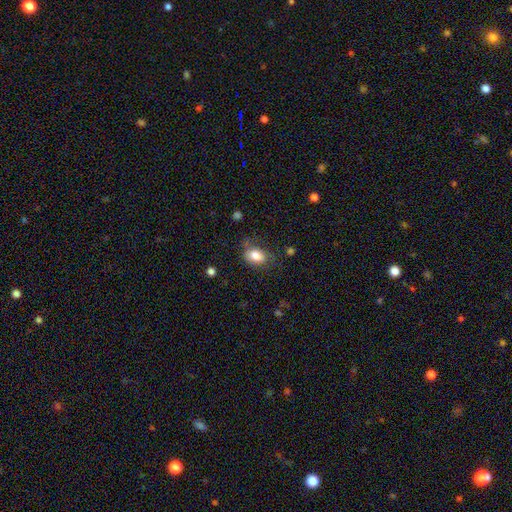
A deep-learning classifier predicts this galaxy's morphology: This appears to be a smooth galaxy with no disk features (82%) that is in between round and cigar-shaped (81%). Merging: none (59%).